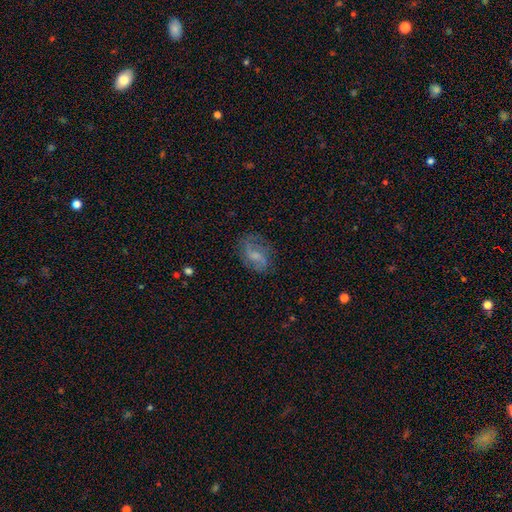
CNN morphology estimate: featured or disk 54%, smooth 37%, star or artifact 9%. Down the decision tree: edge-on disk — no (96%); bar — weak (46%); spiral arms — yes (79%); bulge size — small (43%); merging — none (66%).